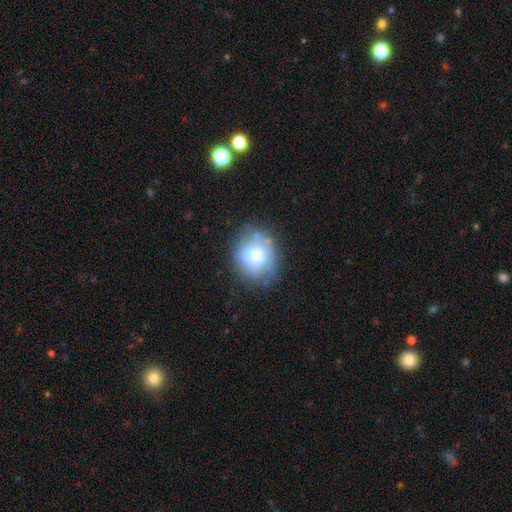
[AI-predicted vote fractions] Morphology: type=smooth (63%); roundness=round (69%); merging=none (64%).